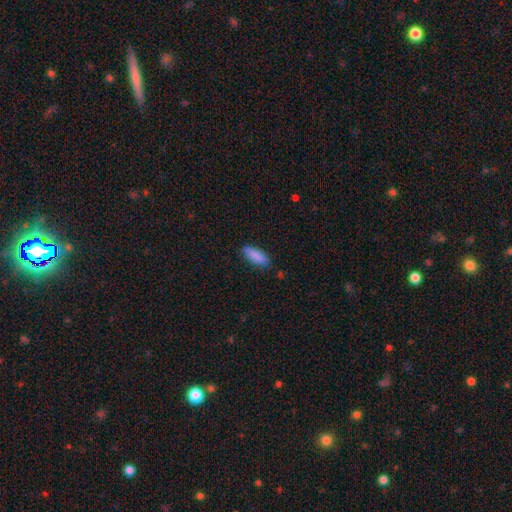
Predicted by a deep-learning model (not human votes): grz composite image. It shows a smooth galaxy with no disk features (87%) that is in between round and cigar-shaped (65%). Merging: none (78%).